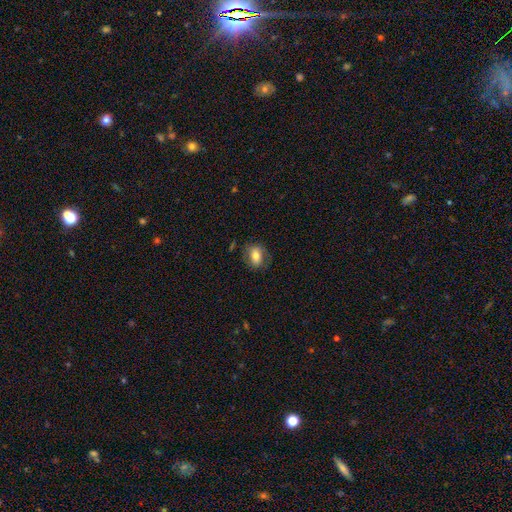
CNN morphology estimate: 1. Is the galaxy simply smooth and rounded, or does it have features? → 71% smooth, 21% featured or disk, 8% star or artifact.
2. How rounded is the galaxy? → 68% in between, 29% round, 2% cigar-shaped.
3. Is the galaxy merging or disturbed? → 75% none, 17% minor disturbance, 6% major disturbance, 2% merger.